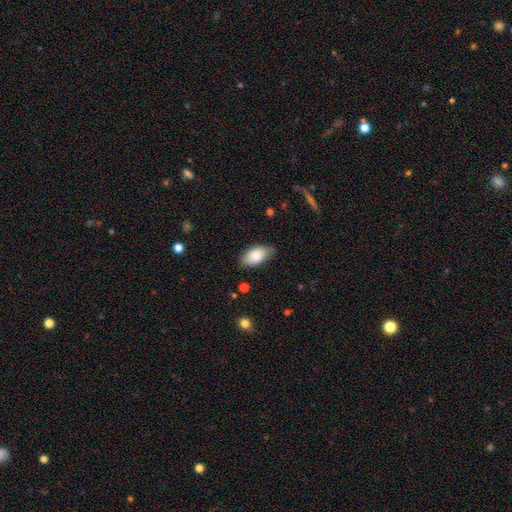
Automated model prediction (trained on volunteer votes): Smooth or featured?
  - smooth: 81% *
  - featured or disk: 12%
  - star or artifact: 6%
How rounded?
  - in between: 94% *
  - round: 3%
  - cigar-shaped: 3%
Merging?
  - none: 73% *
  - minor disturbance: 22%
  - major disturbance: 3%
  - merger: 1%